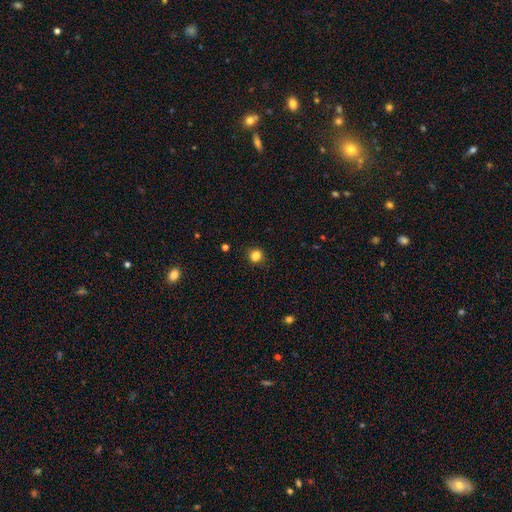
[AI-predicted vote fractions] Morphology: type=smooth (84%); roundness=round (84%); merging=none (88%).